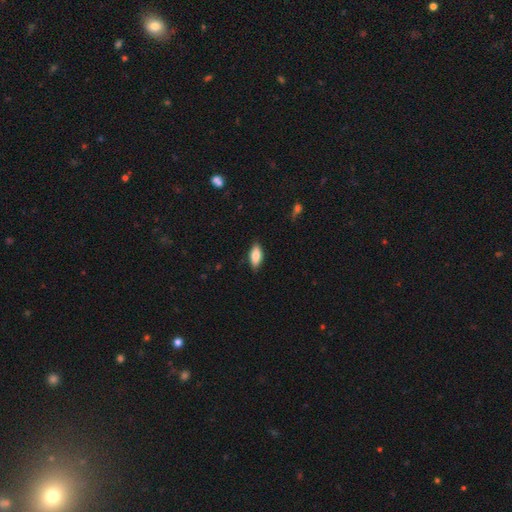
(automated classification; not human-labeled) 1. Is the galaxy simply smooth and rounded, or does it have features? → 81% smooth, 12% featured or disk, 6% star or artifact.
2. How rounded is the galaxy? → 85% in between, 13% cigar-shaped, 2% round.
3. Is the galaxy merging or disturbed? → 86% none, 11% minor disturbance, 2% major disturbance, 1% merger.